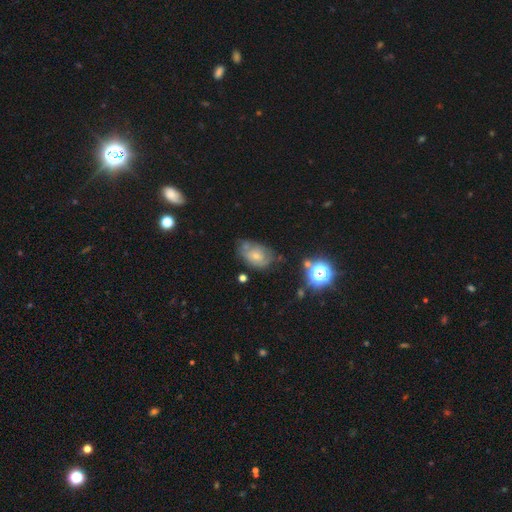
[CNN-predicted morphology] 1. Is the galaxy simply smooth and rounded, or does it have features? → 46% featured or disk, 42% smooth, 12% star or artifact.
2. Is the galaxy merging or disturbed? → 48% none, 31% minor disturbance, 12% major disturbance, 9% merger.